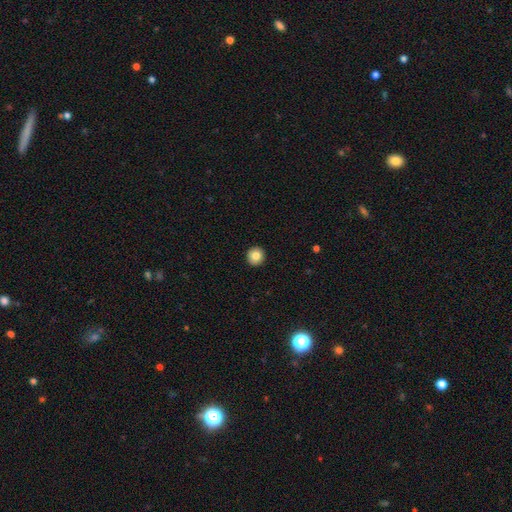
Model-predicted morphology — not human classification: smooth-or-featured: smooth: 83% | star or artifact: 9% | featured or disk: 8%
  how-rounded: round: 94% | in between: 5% | cigar-shaped: 1%
  merging: none: 93% | minor disturbance: 5% | major disturbance: 1% | merger: 1%